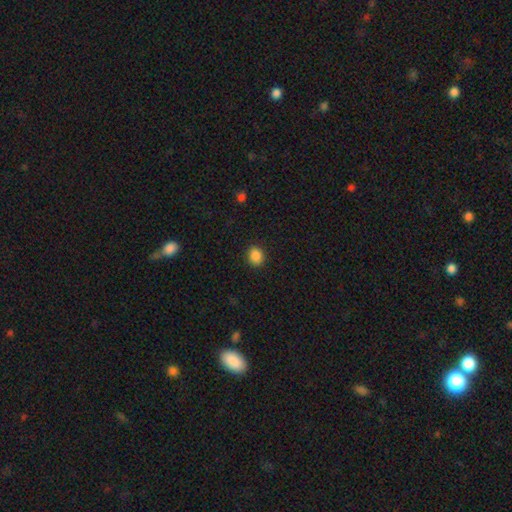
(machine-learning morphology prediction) Smooth or featured? smooth (87%)
How rounded? in between (50%)
Merging? none (89%)